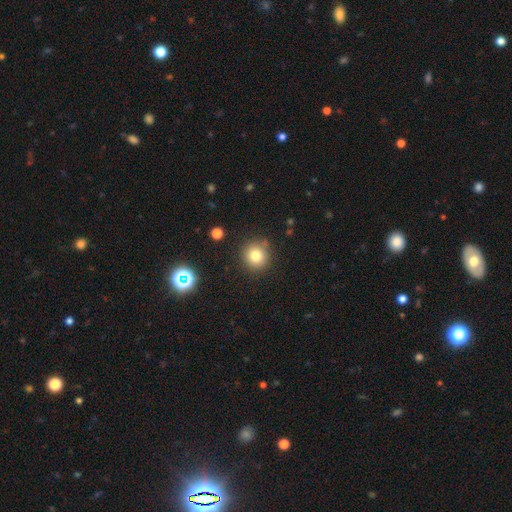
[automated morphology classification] Smooth or featured? Predicted: smooth (p=0.79). How rounded? Predicted: round (p=0.92). Merging? Predicted: none (p=0.85).